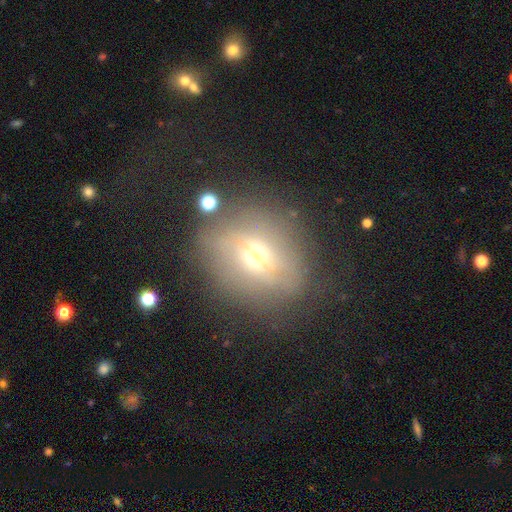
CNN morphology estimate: Q: Smooth or featured?
A: featured or disk (43%); runner-up: smooth (41%)
Q: Merging?
A: none (67%); runner-up: minor disturbance (19%)